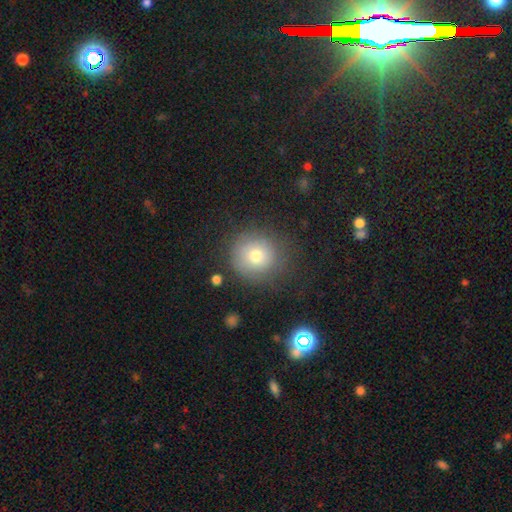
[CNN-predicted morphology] type=smooth (72%); roundness=round (90%); merging=none (76%).